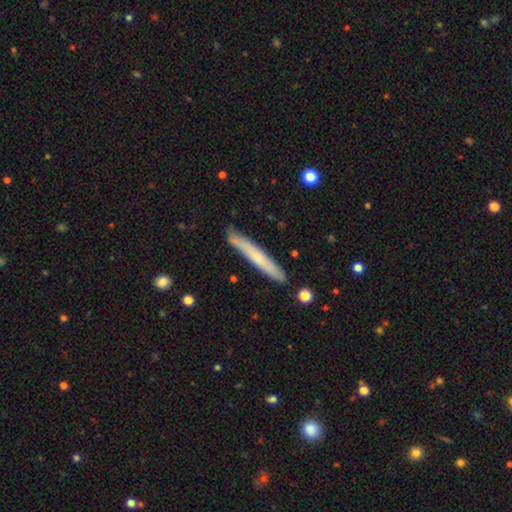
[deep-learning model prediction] Smooth or featured?
  - smooth: 62% *
  - featured or disk: 32%
  - star or artifact: 6%
How rounded?
  - cigar-shaped: 96% *
  - in between: 3%
  - round: 1%
Merging?
  - none: 88% *
  - minor disturbance: 9%
  - merger: 2%
  - major disturbance: 1%